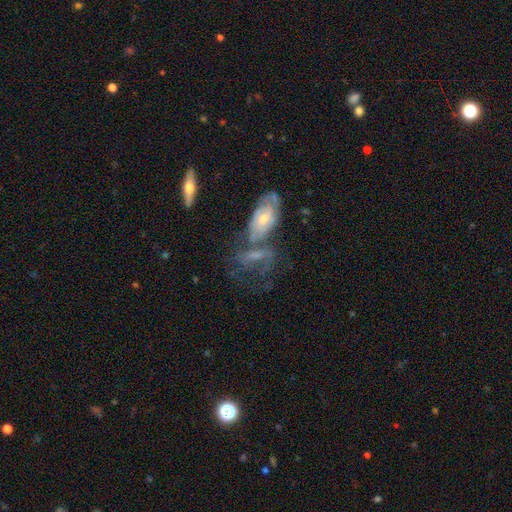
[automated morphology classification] Smooth or featured?
  - featured or disk: 65% *
  - smooth: 22%
  - star or artifact: 12%
Edge-on disk?
  - no: 86% *
  - yes: 14%
Bar?
  - no: 58% *
  - weak: 30%
  - strong: 12%
Spiral arms?
  - yes: 66% *
  - no: 34%
Bulge size?
  - small: 48% *
  - moderate: 37%
  - none: 10%
  - large: 4%
  - dominant: 2%
Merging?
  - merger: 38% *
  - none: 33%
  - minor disturbance: 14%
  - major disturbance: 14%